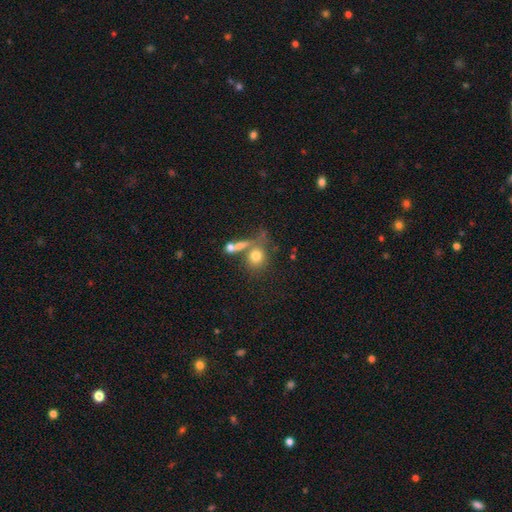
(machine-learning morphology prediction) Smooth or featured?
  - smooth: 74% *
  - featured or disk: 14%
  - star or artifact: 12%
How rounded?
  - round: 74% *
  - in between: 23%
  - cigar-shaped: 2%
Merging?
  - none: 48% *
  - merger: 30%
  - minor disturbance: 12%
  - major disturbance: 10%